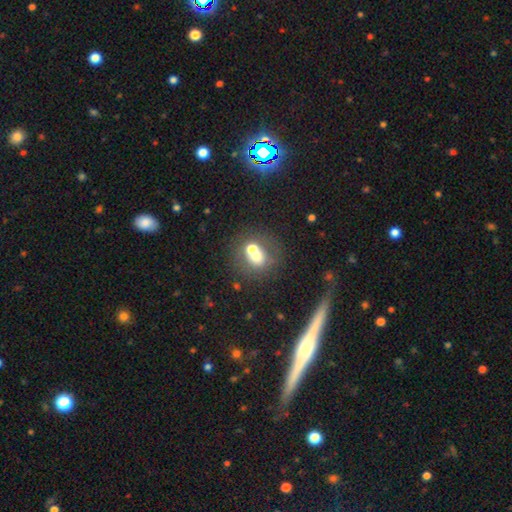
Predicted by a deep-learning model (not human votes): The model was most divided on "merging": none: 45%, merger: 40%, minor disturbance: 10%, major disturbance: 6%. More confident: how rounded — round (77%); smooth or featured — smooth (61%).